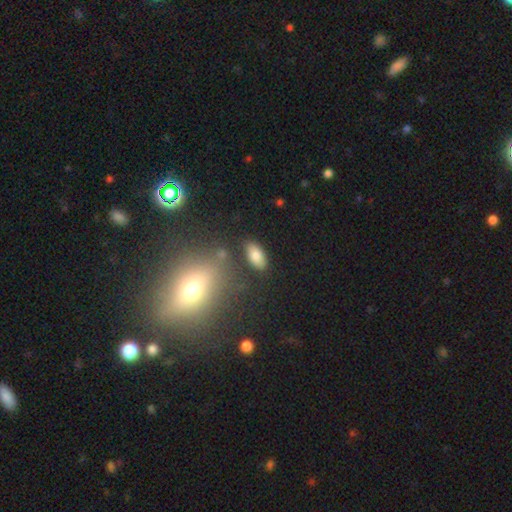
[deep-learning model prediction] Q: Smooth or featured?
A: smooth (80%); runner-up: featured or disk (11%)
Q: How rounded?
A: in between (92%); runner-up: cigar-shaped (5%)
Q: Merging?
A: none (82%); runner-up: minor disturbance (11%)